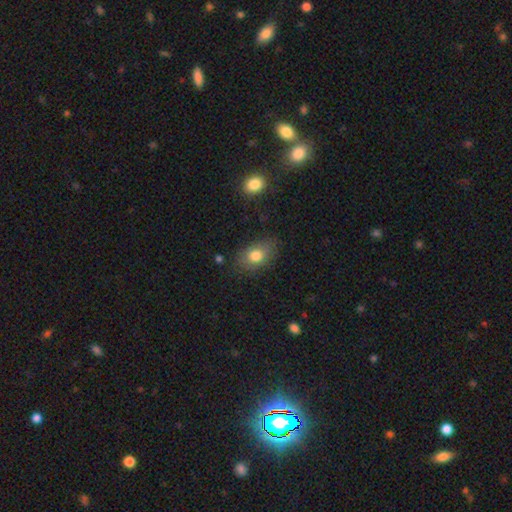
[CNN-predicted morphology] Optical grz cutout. It shows a smooth galaxy with no disk features (78%) that is in between round and cigar-shaped (78%). Merging: none (74%).